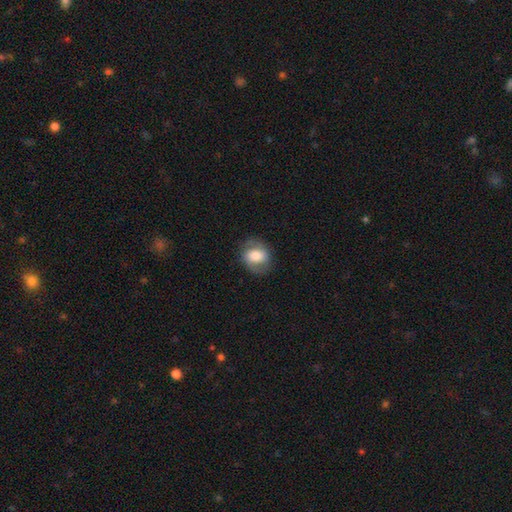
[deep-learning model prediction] Morphology: type=smooth (50%); roundness=round (53%); merging=none (78%).